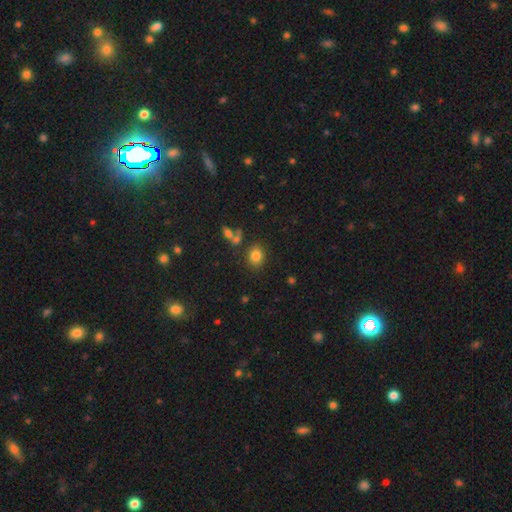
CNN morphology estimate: The model was most divided on "how rounded": round: 54%, in between: 45%, cigar-shaped: 1%. More confident: smooth or featured — smooth (81%); merging — none (79%).